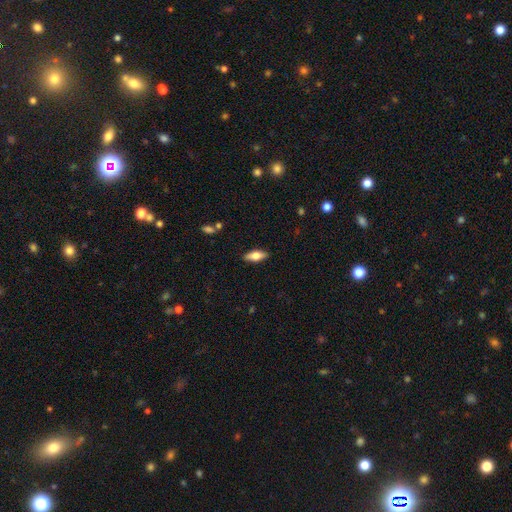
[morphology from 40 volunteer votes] type=smooth (72%); roundness=in between (76%); merging=none (92%).